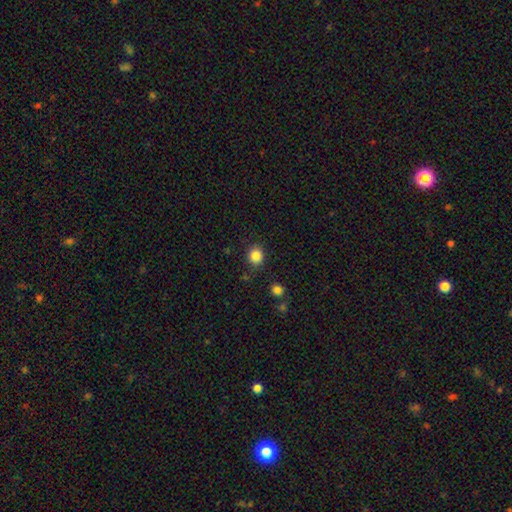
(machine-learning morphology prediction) A smooth galaxy with no disk features (85%) that is round (74%). Merging: none (86%).